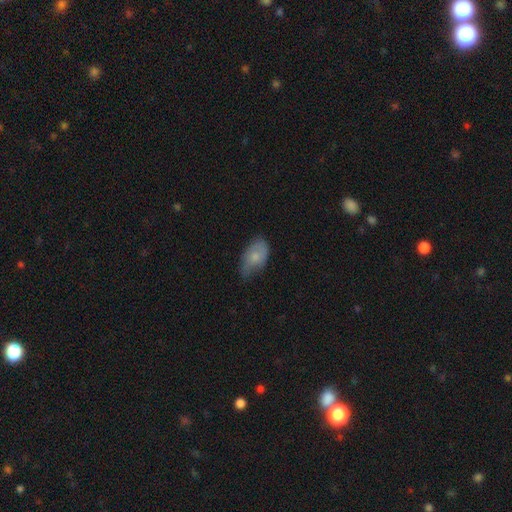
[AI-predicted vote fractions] This is likely a smooth galaxy (69%). How rounded: clearly in between (92%). Merging: possibly none (52%).